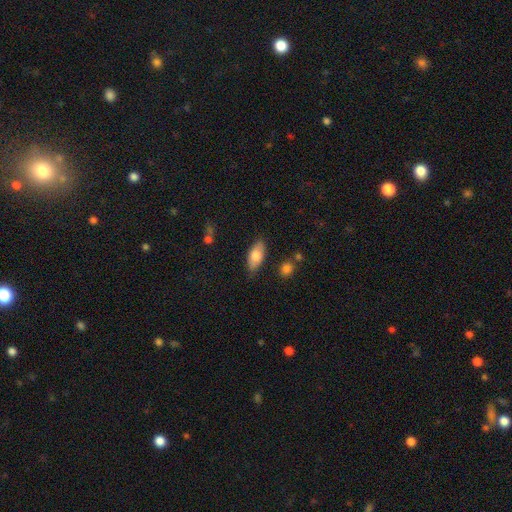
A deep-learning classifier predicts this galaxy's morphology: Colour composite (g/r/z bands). It shows a smooth galaxy with no disk features (76%) that is in between round and cigar-shaped (85%). Merging: none (82%).